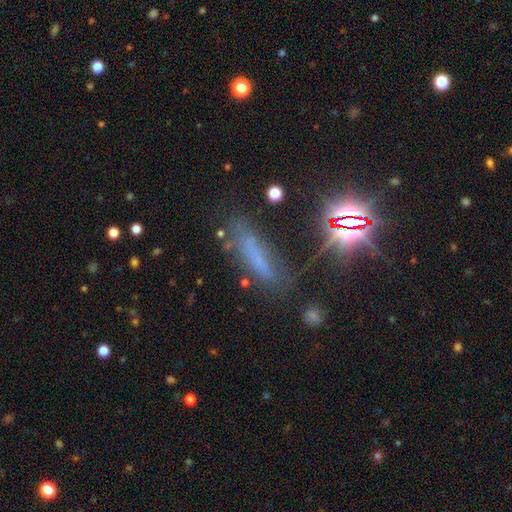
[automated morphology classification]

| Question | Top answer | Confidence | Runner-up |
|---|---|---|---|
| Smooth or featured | smooth | 44% | star or artifact (33%) |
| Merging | none | 60% | minor disturbance (22%) |